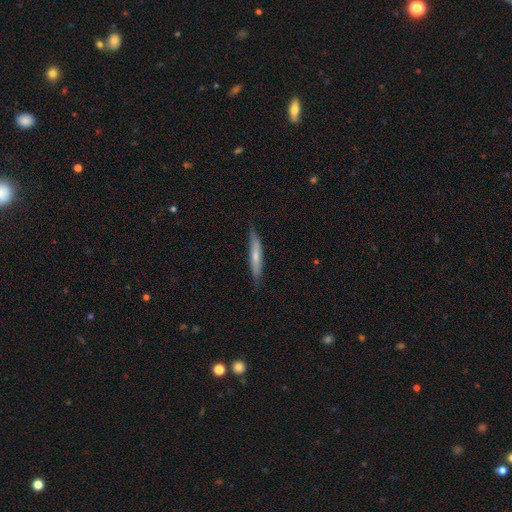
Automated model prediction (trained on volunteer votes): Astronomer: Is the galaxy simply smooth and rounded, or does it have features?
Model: smooth — 57% (runner-up: featured or disk, 38%).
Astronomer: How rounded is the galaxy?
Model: cigar-shaped — 92%.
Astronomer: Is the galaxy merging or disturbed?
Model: none — 82%.